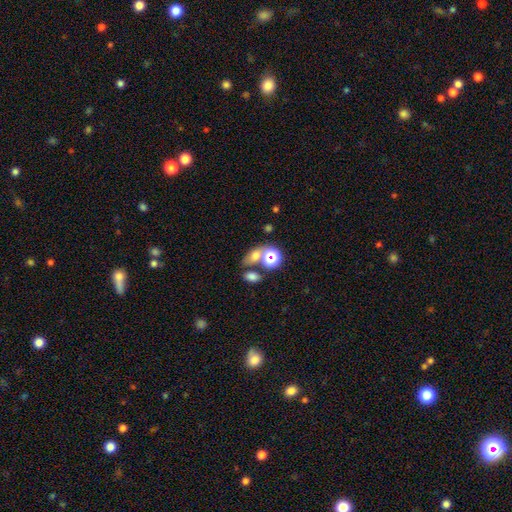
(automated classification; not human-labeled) smooth_or_featured: smooth (p=0.62) [alt: star or artifact p=0.21]
how_rounded: in between (p=0.69) [alt: round p=0.26]
merging: none (p=0.50) [alt: merger p=0.33]